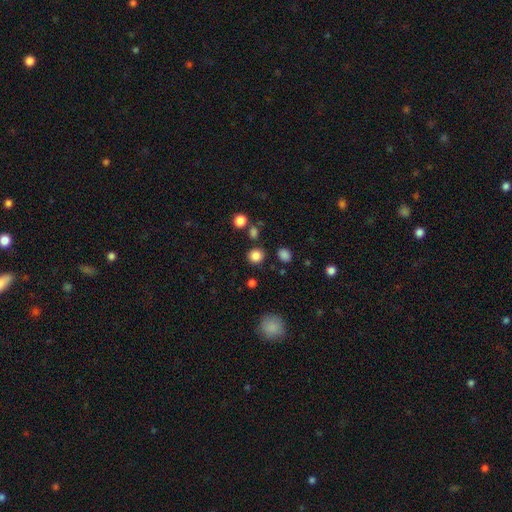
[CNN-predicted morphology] smooth-or-featured: smooth: 83% | star or artifact: 13% | featured or disk: 4%
  how-rounded: round: 89% | in between: 10% | cigar-shaped: 1%
  merging: none: 85% | minor disturbance: 7% | merger: 5% | major disturbance: 3%